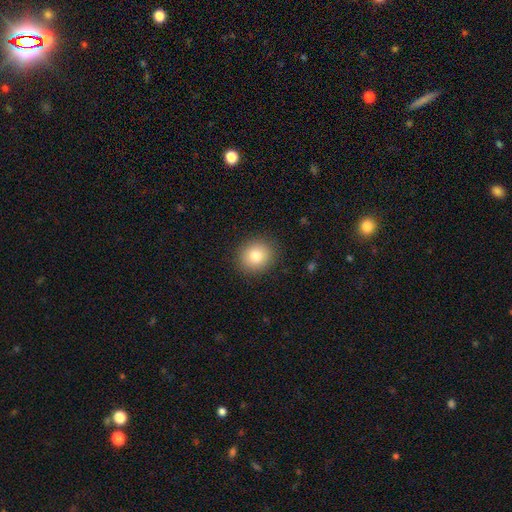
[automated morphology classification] smooth-or-featured: smooth: 80% | star or artifact: 11% | featured or disk: 9%
  how-rounded: round: 83% | in between: 16% | cigar-shaped: 1%
  merging: none: 90% | minor disturbance: 7% | major disturbance: 2% | merger: 1%